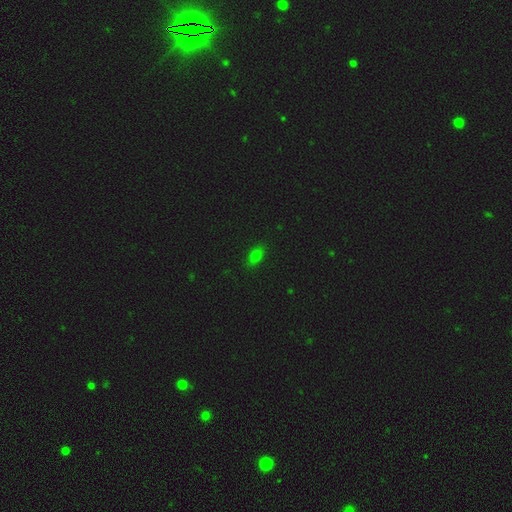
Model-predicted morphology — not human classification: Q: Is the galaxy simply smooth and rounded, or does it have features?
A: smooth — 73%.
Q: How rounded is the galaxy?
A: in between — 80%.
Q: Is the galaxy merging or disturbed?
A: none — 86%.